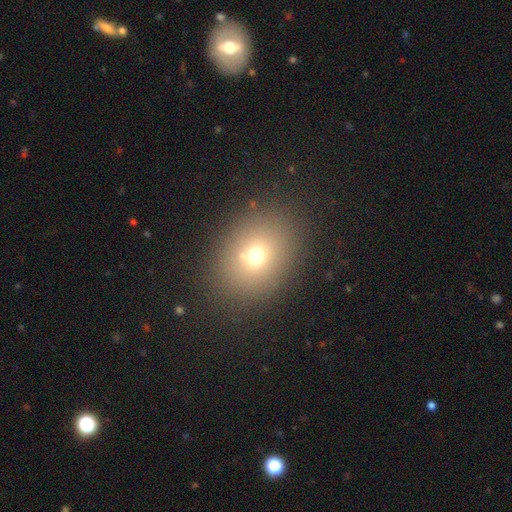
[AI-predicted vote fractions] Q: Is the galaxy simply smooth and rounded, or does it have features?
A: smooth — 68%.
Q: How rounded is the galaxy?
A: round — 51%.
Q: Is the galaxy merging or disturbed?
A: none — 80%.